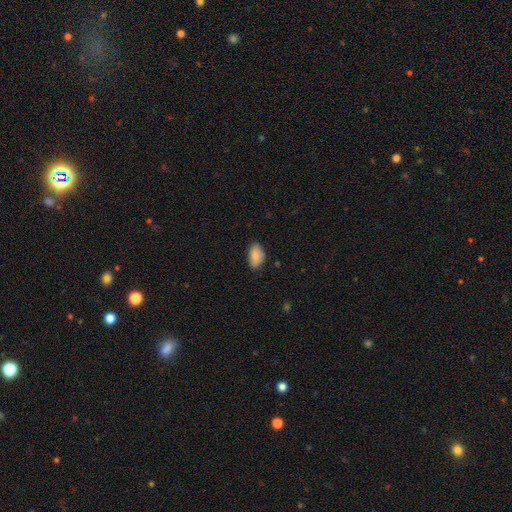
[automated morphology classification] Smooth or featured? Predicted: smooth (p=0.85). How rounded? Predicted: in between (p=0.93). Merging? Predicted: none (p=0.76).